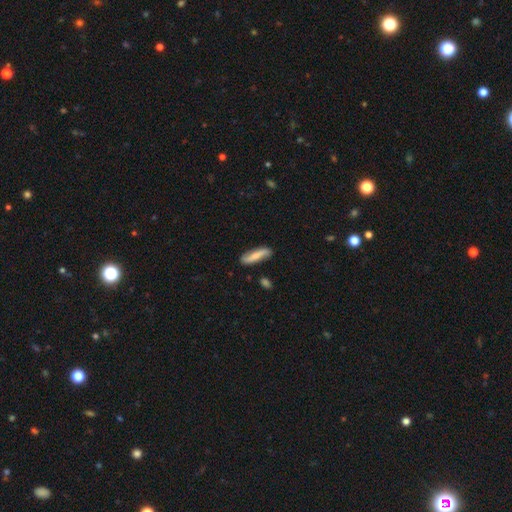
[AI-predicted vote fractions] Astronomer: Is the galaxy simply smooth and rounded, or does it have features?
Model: smooth — 59%.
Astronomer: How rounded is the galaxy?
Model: cigar-shaped — 66%.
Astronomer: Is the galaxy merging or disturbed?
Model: none — 80%.